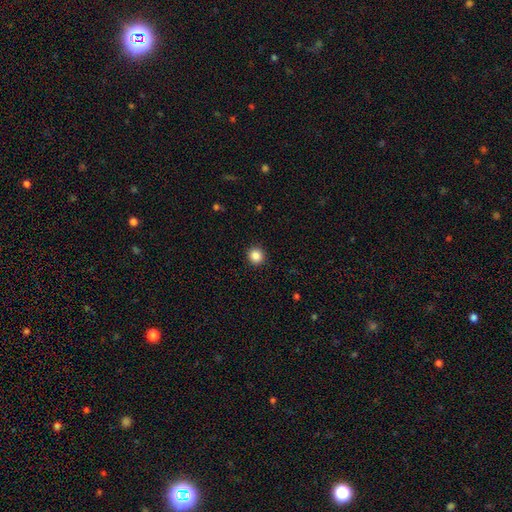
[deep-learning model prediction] smooth-or-featured: smooth: 87% | star or artifact: 10% | featured or disk: 3%
  how-rounded: round: 92% | in between: 7% | cigar-shaped: 1%
  merging: none: 92% | minor disturbance: 5% | major disturbance: 2% | merger: 1%